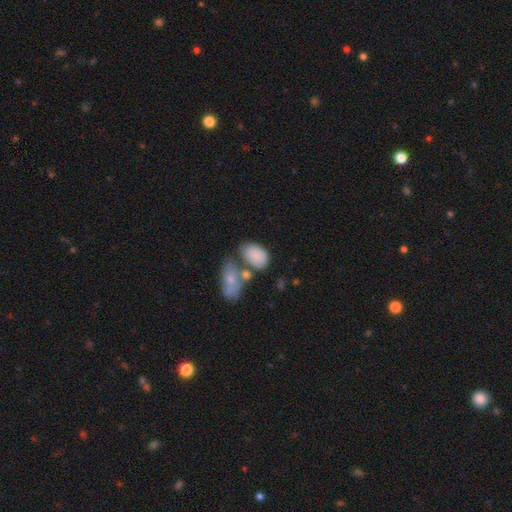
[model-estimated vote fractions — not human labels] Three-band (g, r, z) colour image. It shows a smooth galaxy with no disk features (81%) that is in between round and cigar-shaped (90%). Merging: none (45%).